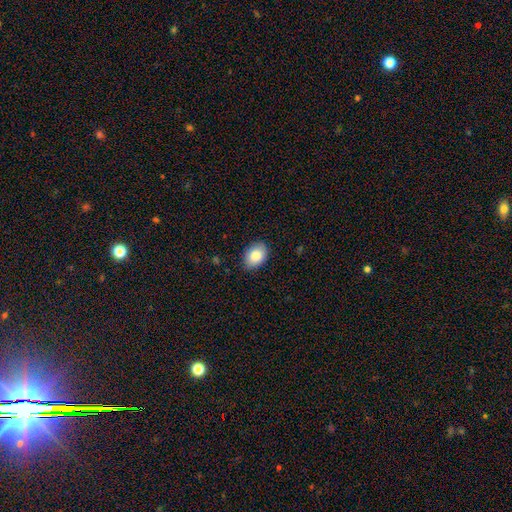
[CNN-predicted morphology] This appears to be a smooth galaxy with no disk features (87%) that is in between round and cigar-shaped (83%). Merging: none (85%).